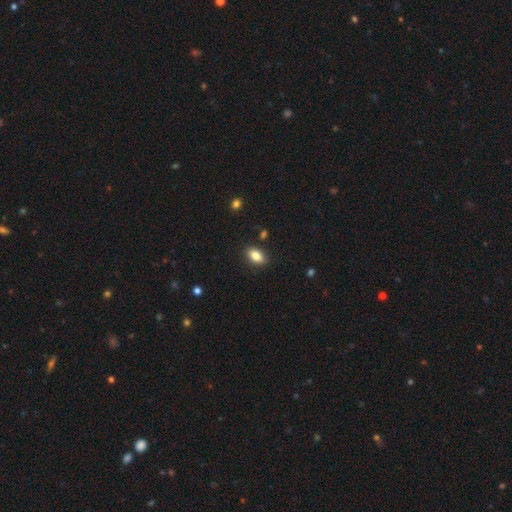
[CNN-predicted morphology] Smooth or featured?
  - smooth: 83% *
  - featured or disk: 8%
  - star or artifact: 8%
How rounded?
  - in between: 88% *
  - round: 8%
  - cigar-shaped: 4%
Merging?
  - none: 87% *
  - minor disturbance: 9%
  - major disturbance: 2%
  - merger: 2%